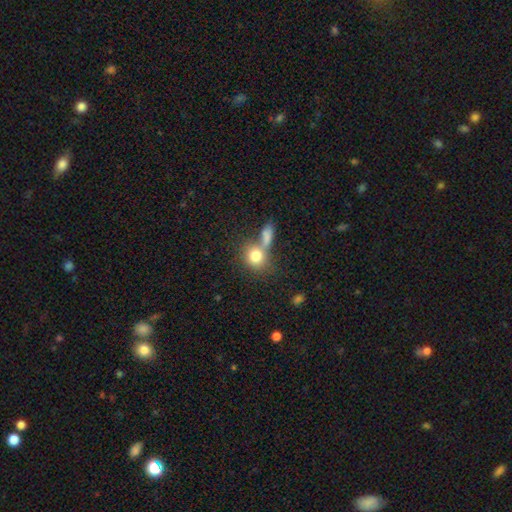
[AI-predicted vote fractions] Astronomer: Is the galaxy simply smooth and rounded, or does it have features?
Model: smooth — 79%.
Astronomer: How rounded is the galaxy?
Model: round — 72%.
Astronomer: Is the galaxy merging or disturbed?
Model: none — 44% (runner-up: merger, 38%).